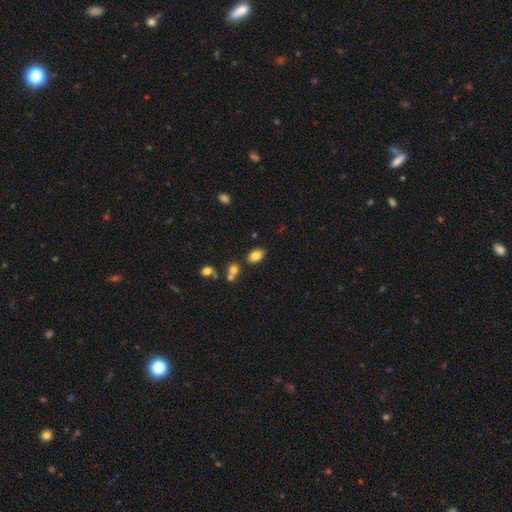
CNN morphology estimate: Smooth or featured? smooth (82%)
How rounded? in between (87%)
Merging? none (78%)